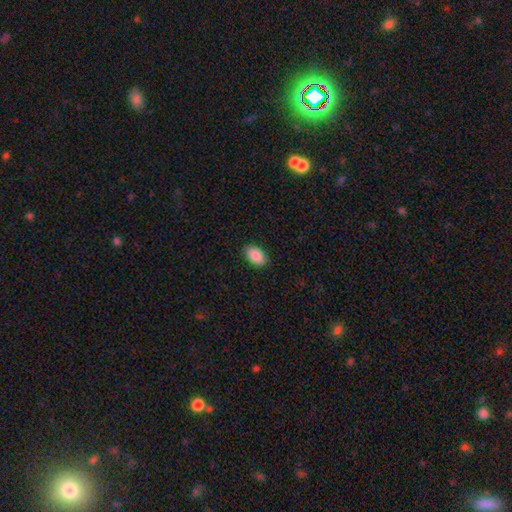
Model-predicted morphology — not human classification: Smooth or featured? Predicted: smooth (p=0.89). How rounded? Predicted: in between (p=0.93). Merging? Predicted: none (p=0.89).